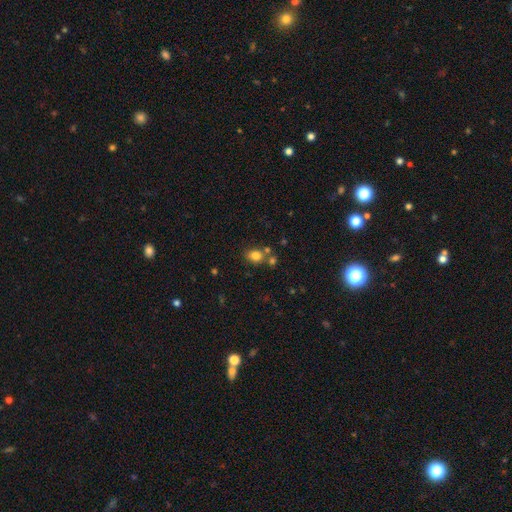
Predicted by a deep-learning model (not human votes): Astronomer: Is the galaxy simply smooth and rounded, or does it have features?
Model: smooth — 80%.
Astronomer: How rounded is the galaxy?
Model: round — 50% (runner-up: in between, 49%).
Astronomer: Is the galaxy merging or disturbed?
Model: none — 64%.